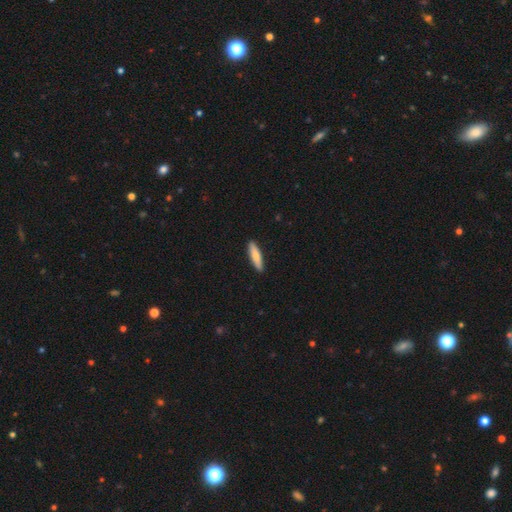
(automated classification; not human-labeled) Smooth or featured? Predicted: smooth (p=0.77). How rounded? Predicted: cigar-shaped (p=0.76). Merging? Predicted: none (p=0.91).